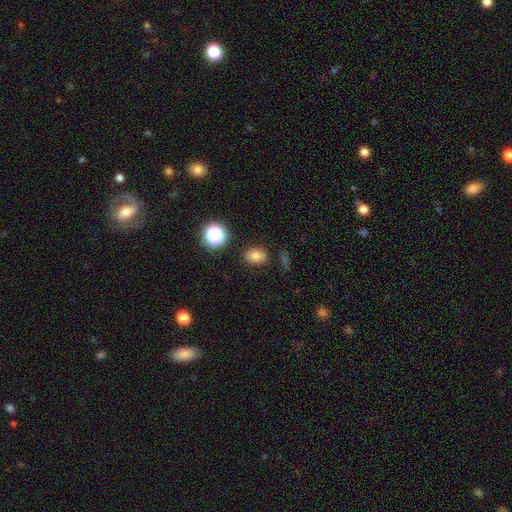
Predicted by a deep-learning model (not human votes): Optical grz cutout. It shows a smooth galaxy with no disk features (75%) that is in between round and cigar-shaped (63%). Merging: none (83%).